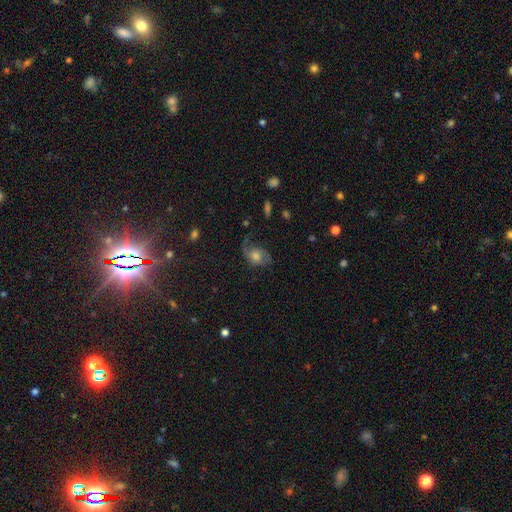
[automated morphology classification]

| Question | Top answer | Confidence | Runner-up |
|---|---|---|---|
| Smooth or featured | featured or disk | 63% | smooth (25%) |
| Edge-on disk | no | 96% | yes (4%) |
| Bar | no | 71% | weak (25%) |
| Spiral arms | yes | 90% | no (10%) |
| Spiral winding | medium | 46% | loose (34%) |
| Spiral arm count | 2 | 74% | 1 (12%) |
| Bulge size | moderate | 49% | large (26%) |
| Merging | none | 61% | minor disturbance (21%) |